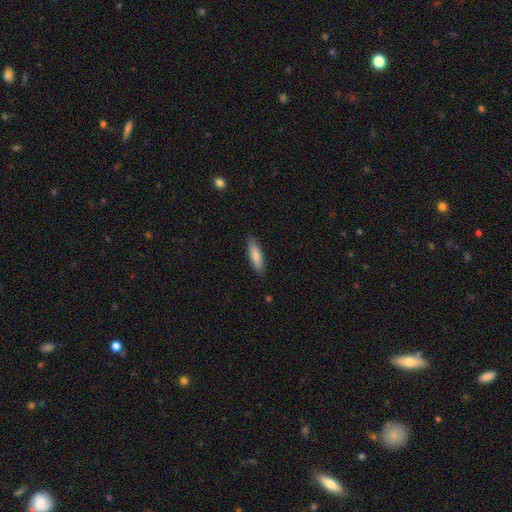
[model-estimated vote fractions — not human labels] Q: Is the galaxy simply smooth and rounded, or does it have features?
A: smooth — 84%.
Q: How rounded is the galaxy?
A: cigar-shaped — 58%.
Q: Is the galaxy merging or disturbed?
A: none — 87%.